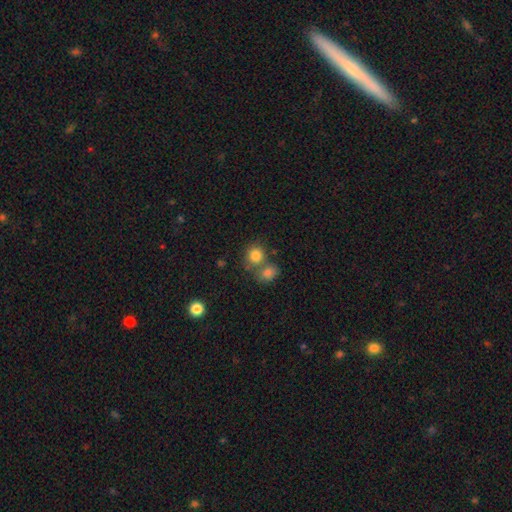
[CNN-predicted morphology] A smooth galaxy with no disk features (82%) that is round (80%).

Vote fractions:
- Smooth or featured? smooth: 82% / star or artifact: 11% / featured or disk: 7%
- How rounded? round: 80% / in between: 19% / cigar-shaped: 1%
- Merging? none: 51% / merger: 37% / minor disturbance: 8% / major disturbance: 3%